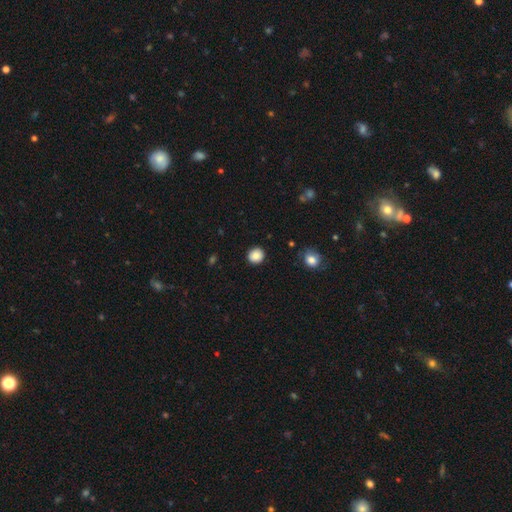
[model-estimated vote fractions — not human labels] Overall: smooth (84%). How rounded: round (91%). Merging: none (91%).